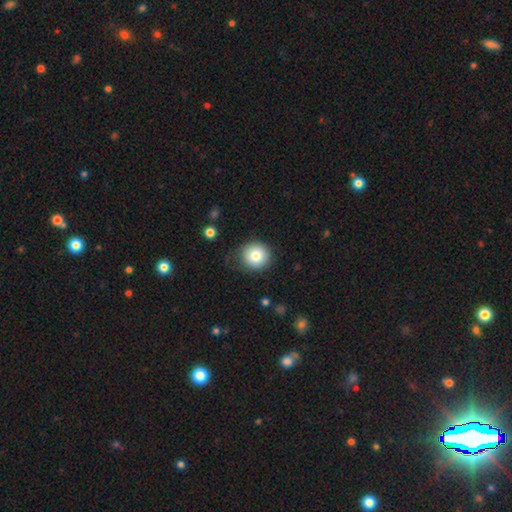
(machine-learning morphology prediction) smooth_or_featured: smooth (p=0.81) [alt: featured or disk p=0.10]
how_rounded: round (p=0.91) [alt: in between p=0.08]
merging: none (p=0.74) [alt: minor disturbance p=0.18]